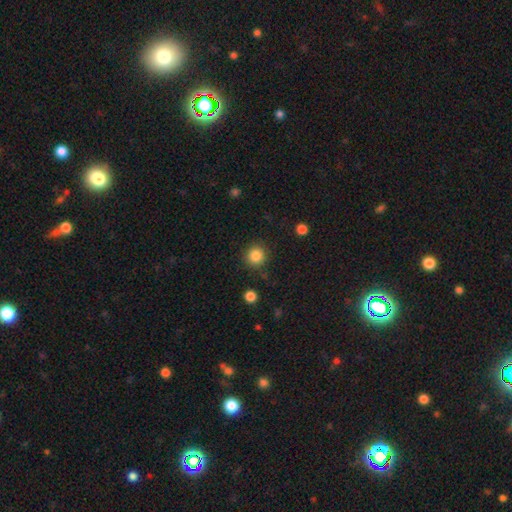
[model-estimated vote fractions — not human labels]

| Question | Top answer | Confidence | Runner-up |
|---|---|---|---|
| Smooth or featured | smooth | 85% | star or artifact (11%) |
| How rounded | round | 94% | in between (6%) |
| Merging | none | 88% | minor disturbance (7%) |